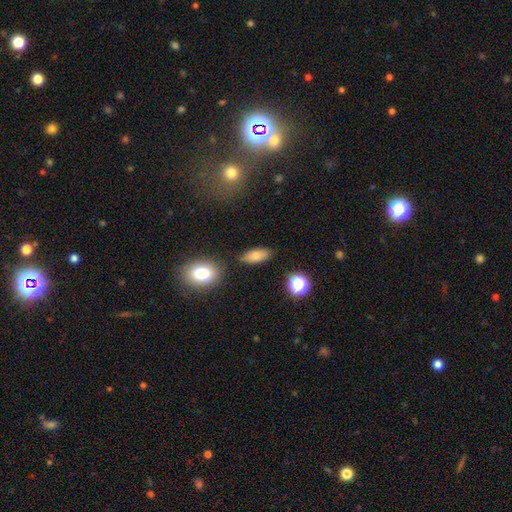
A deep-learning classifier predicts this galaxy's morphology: This appears to be a smooth galaxy with no disk features (80%) that is in between round and cigar-shaped (80%). Merging: none (84%).